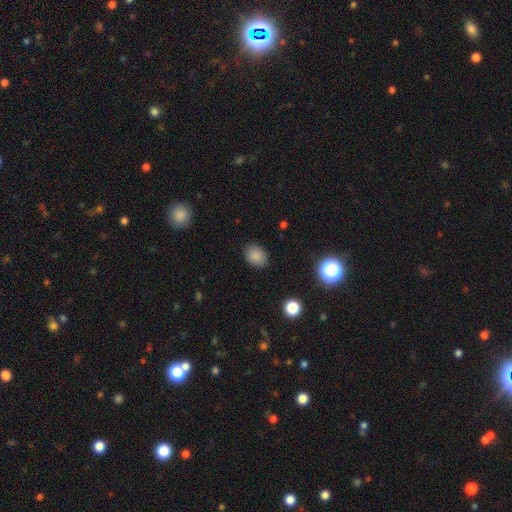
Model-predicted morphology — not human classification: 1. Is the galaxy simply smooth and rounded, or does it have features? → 83% smooth, 12% star or artifact, 6% featured or disk.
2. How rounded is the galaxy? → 65% in between, 34% round, 1% cigar-shaped.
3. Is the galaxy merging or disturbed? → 86% none, 10% minor disturbance, 3% major disturbance, 1% merger.